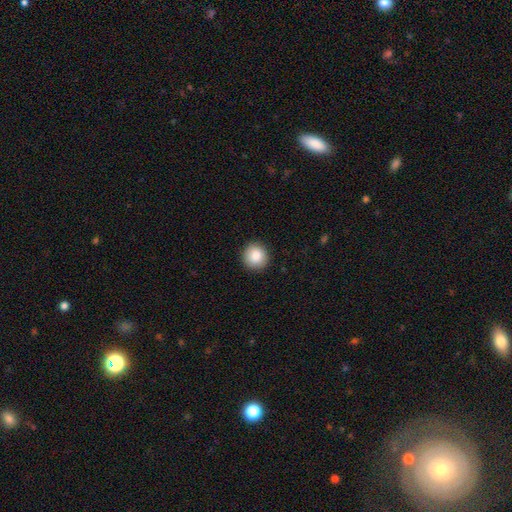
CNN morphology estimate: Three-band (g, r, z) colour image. It shows a smooth galaxy with no disk features (87%) that is round (92%). Merging: none (91%).